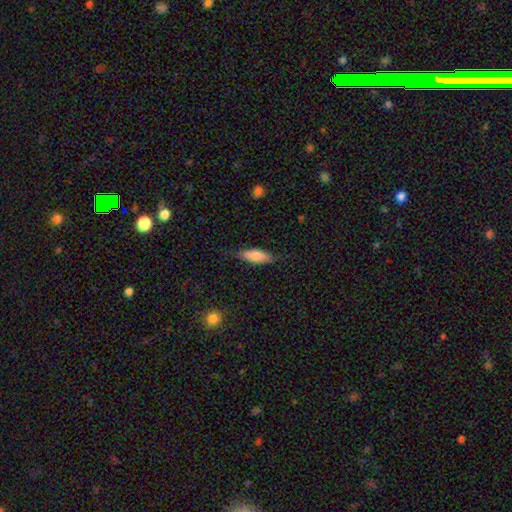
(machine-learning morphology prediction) smooth-or-featured: smooth: 81% | featured or disk: 13% | star or artifact: 6%
  how-rounded: in between: 65% | cigar-shaped: 33% | round: 2%
  merging: none: 78% | minor disturbance: 17% | major disturbance: 4% | merger: 1%